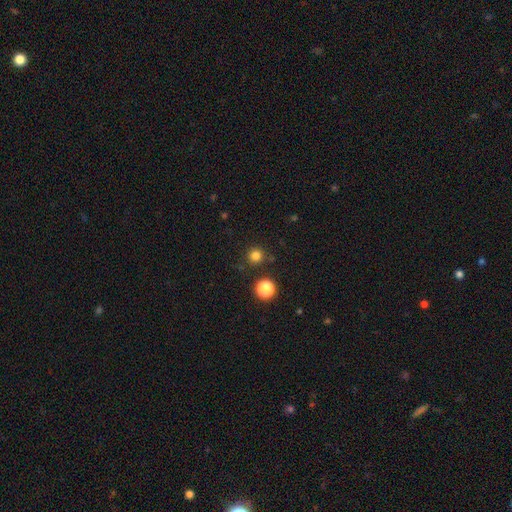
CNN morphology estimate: Q: Smooth or featured?
A: smooth (80%); runner-up: star or artifact (16%)
Q: How rounded?
A: round (95%); runner-up: in between (4%)
Q: Merging?
A: none (88%); runner-up: minor disturbance (6%)